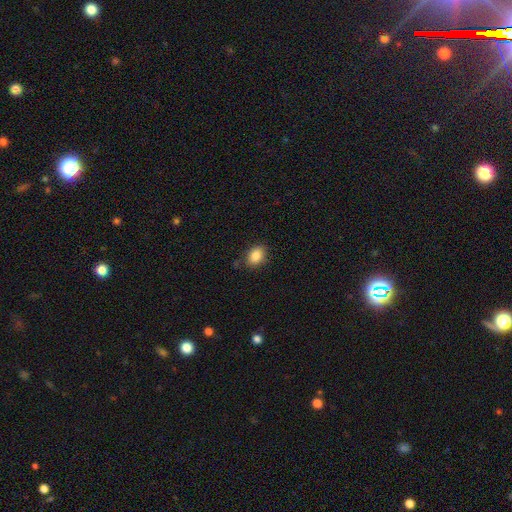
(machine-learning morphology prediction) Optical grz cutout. It shows a smooth galaxy with no disk features (87%) that is in between round and cigar-shaped (74%). Merging: none (80%).